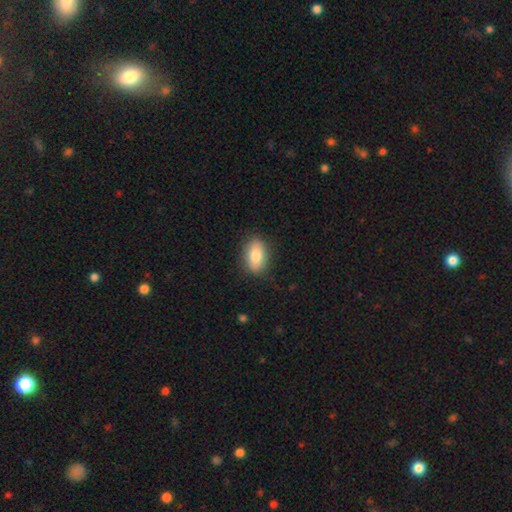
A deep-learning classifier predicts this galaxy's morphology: A smooth galaxy with no disk features (79%) that is in between round and cigar-shaped (87%).

Vote fractions:
- Smooth or featured? smooth: 79% / featured or disk: 14% / star or artifact: 7%
- How rounded? in between: 87% / round: 9% / cigar-shaped: 4%
- Merging? none: 85% / minor disturbance: 11% / major disturbance: 3% / merger: 1%